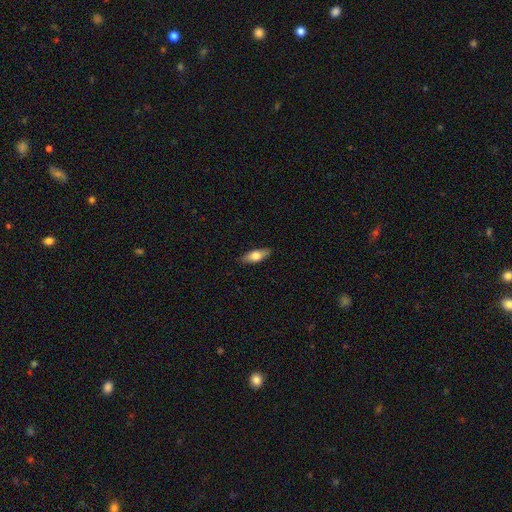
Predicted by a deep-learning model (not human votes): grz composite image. It shows a smooth galaxy with no disk features (66%) that is in between round and cigar-shaped (69%). Merging: none (87%).